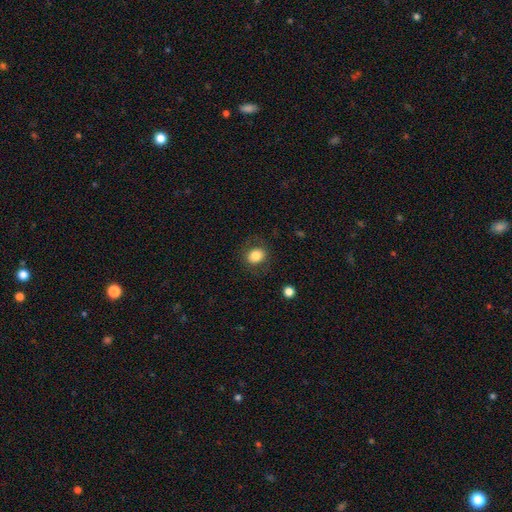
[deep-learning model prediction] Smooth or featured: smooth — 82% (star or artifact — 9%)
How rounded: round — 60% (in between — 39%)
Merging: none — 81% (minor disturbance — 12%)